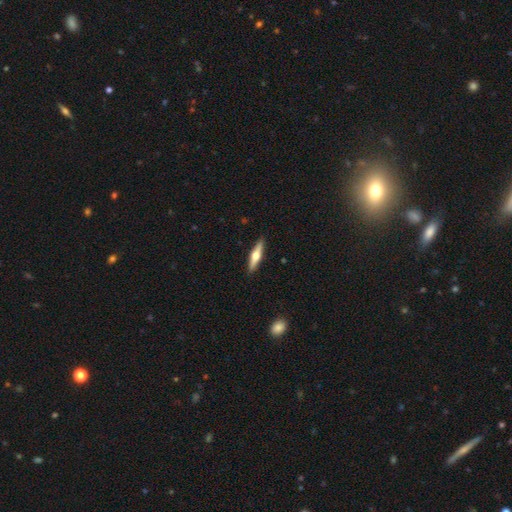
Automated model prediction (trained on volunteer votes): smooth-or-featured: featured or disk: 55% | smooth: 40% | star or artifact: 5%
  disk-edge-on: yes: 96% | no: 4%
    edge-on-bulge: rounded: 94% | boxy: 3% | none: 3%
  merging: none: 91% | minor disturbance: 7% | major disturbance: 1% | merger: 1%